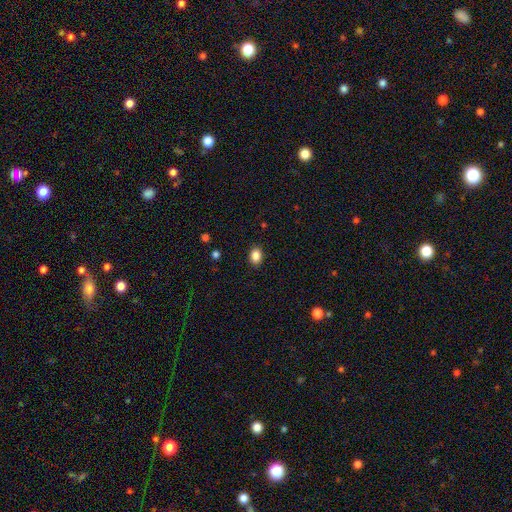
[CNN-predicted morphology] Smooth or featured: smooth — 87% (star or artifact — 9%)
How rounded: in between — 67% (round — 32%)
Merging: none — 89% (minor disturbance — 8%)